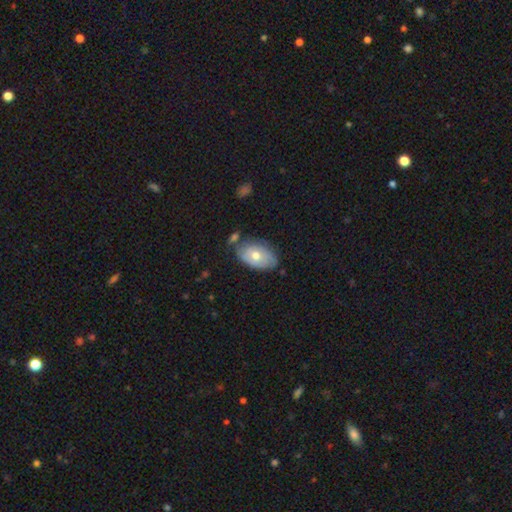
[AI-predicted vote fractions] Smooth or featured? Predicted: smooth (p=0.57). How rounded? Predicted: in between (p=0.90). Merging? Predicted: none (p=0.64).